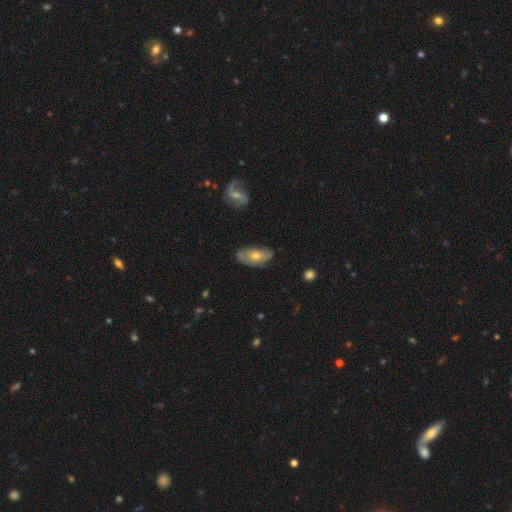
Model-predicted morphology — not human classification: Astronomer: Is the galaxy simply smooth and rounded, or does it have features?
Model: featured or disk — 49% (runner-up: smooth, 42%).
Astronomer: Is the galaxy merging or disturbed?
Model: none — 68%.